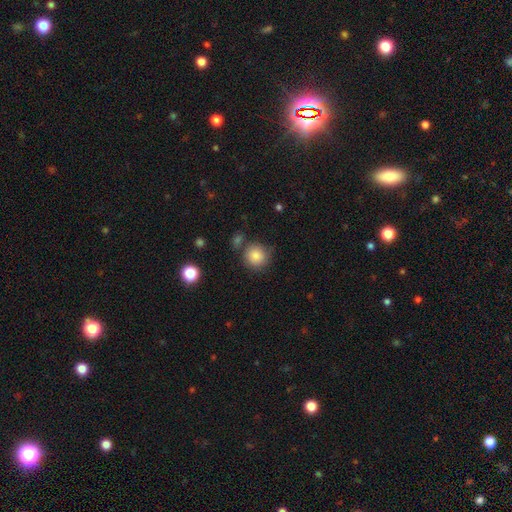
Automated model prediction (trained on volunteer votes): Morphology: type=smooth (85%); roundness=round (92%); merging=none (75%).